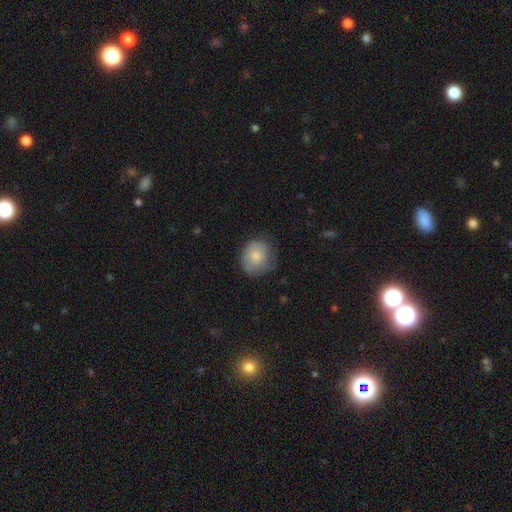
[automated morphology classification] Smooth or featured?
  - smooth: 76% *
  - featured or disk: 17%
  - star or artifact: 7%
How rounded?
  - round: 79% *
  - in between: 20%
  - cigar-shaped: 1%
Merging?
  - none: 61% *
  - minor disturbance: 28%
  - major disturbance: 9%
  - merger: 1%